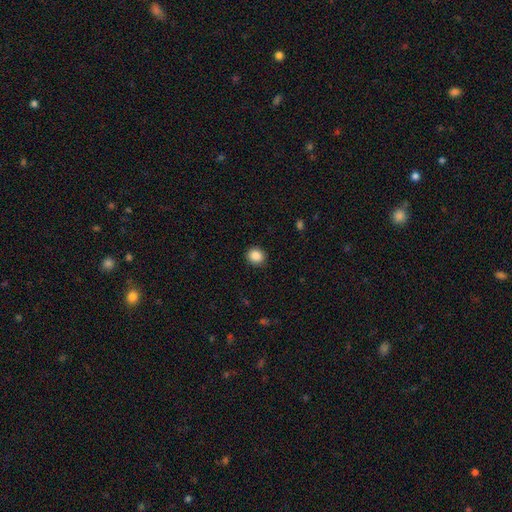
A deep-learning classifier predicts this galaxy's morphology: Smooth or featured?
  - smooth: 88% *
  - star or artifact: 9%
  - featured or disk: 3%
How rounded?
  - round: 78% *
  - in between: 21%
  - cigar-shaped: 1%
Merging?
  - none: 90% *
  - minor disturbance: 7%
  - major disturbance: 2%
  - merger: 1%